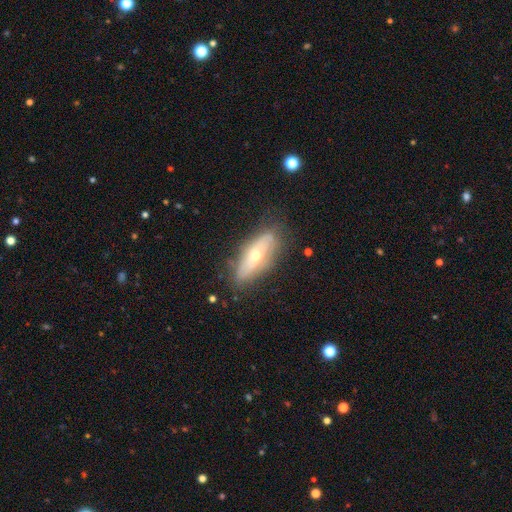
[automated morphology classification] smooth-or-featured: featured or disk: 54% | smooth: 39% | star or artifact: 7%
  disk-edge-on: no: 61% | yes: 39%
  merging: none: 73% | minor disturbance: 19% | major disturbance: 6% | merger: 2%